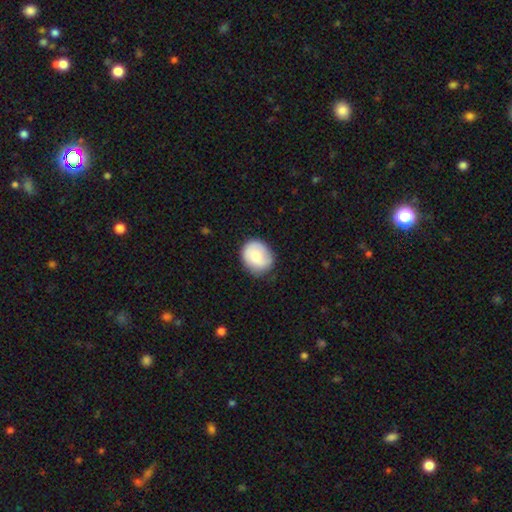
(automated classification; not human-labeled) Q: Smooth or featured?
A: smooth (69%); runner-up: featured or disk (25%)
Q: How rounded?
A: round (64%); runner-up: in between (35%)
Q: Merging?
A: none (75%); runner-up: minor disturbance (19%)